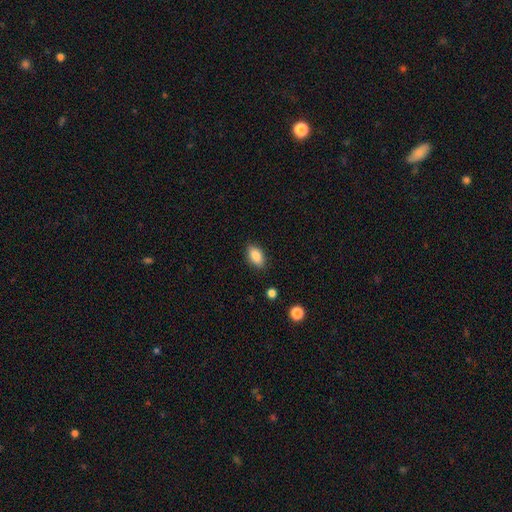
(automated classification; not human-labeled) A smooth galaxy with no disk features (85%) that is in between round and cigar-shaped (89%). Merging: none (86%).